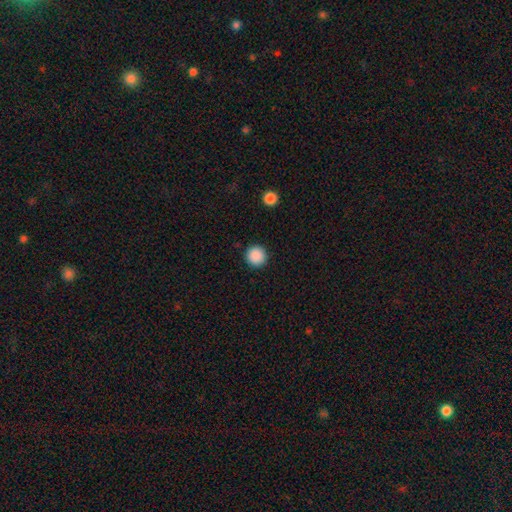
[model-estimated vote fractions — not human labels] Smooth or featured?
  - smooth: 89% *
  - star or artifact: 9%
  - featured or disk: 2%
How rounded?
  - round: 96% *
  - in between: 3%
  - cigar-shaped: 1%
Merging?
  - none: 92% *
  - minor disturbance: 5%
  - major disturbance: 2%
  - merger: 1%